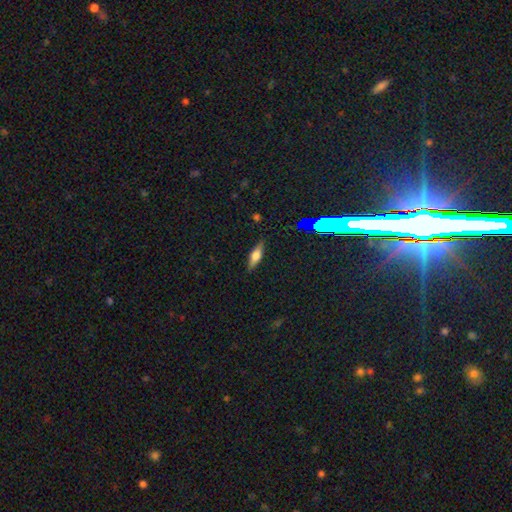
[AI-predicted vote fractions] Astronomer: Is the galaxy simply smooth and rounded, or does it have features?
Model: smooth — 49% (runner-up: featured or disk, 41%).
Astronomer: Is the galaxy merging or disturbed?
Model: none — 86%.